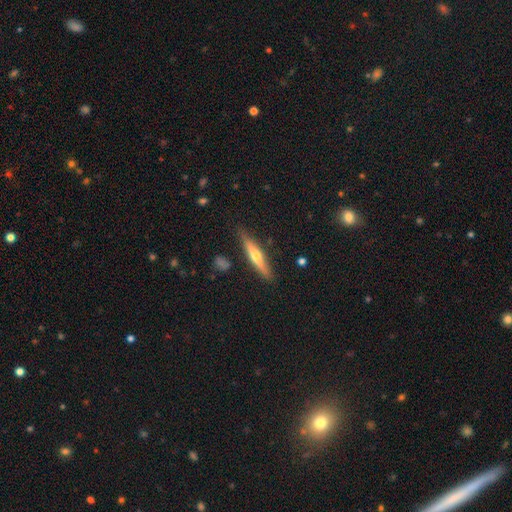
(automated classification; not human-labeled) The model was most divided on "smooth or featured": featured or disk: 54%, smooth: 40%, star or artifact: 6%. More confident: edge-on disk — yes (94%); merging — none (84%); edge-on bulge — rounded (84%).